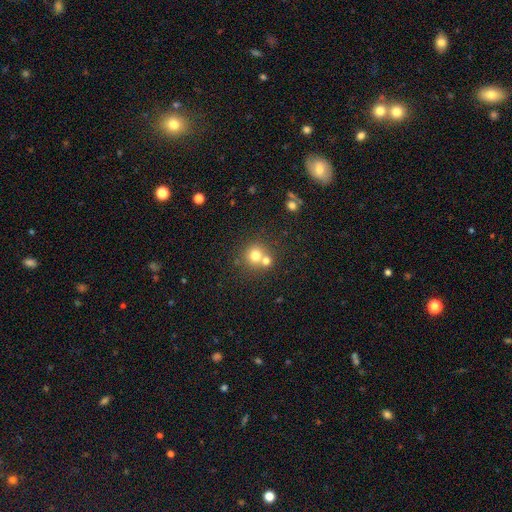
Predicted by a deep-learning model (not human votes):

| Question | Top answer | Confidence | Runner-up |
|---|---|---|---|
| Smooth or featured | smooth | 74% | star or artifact (14%) |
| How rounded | round | 89% | in between (10%) |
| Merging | none | 50% | merger (41%) |